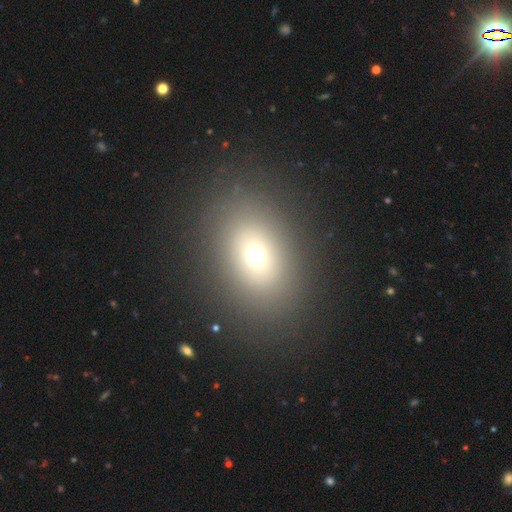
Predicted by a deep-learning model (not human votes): Q: Smooth or featured?
A: smooth (65%); runner-up: featured or disk (18%)
Q: How rounded?
A: in between (64%); runner-up: round (34%)
Q: Merging?
A: none (86%); runner-up: minor disturbance (8%)